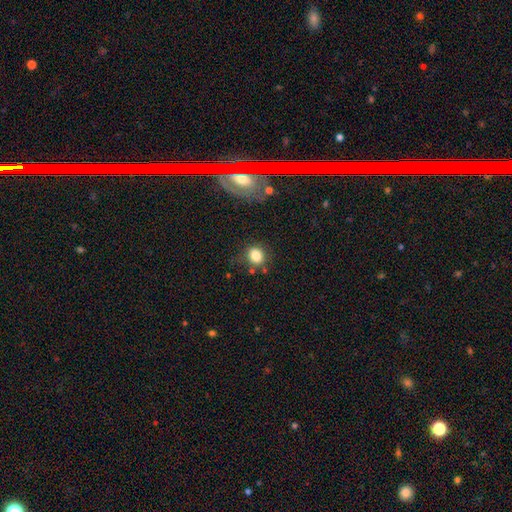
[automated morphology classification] Smooth or featured? smooth (83%)
How rounded? round (67%)
Merging? none (72%)